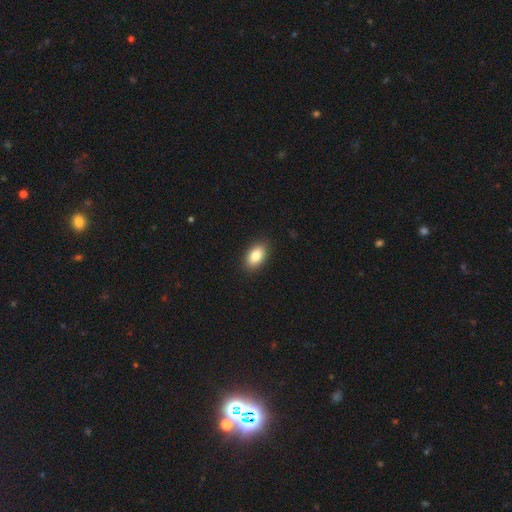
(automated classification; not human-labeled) Smooth or featured? Predicted: smooth (p=0.85). How rounded? Predicted: in between (p=0.92). Merging? Predicted: none (p=0.89).